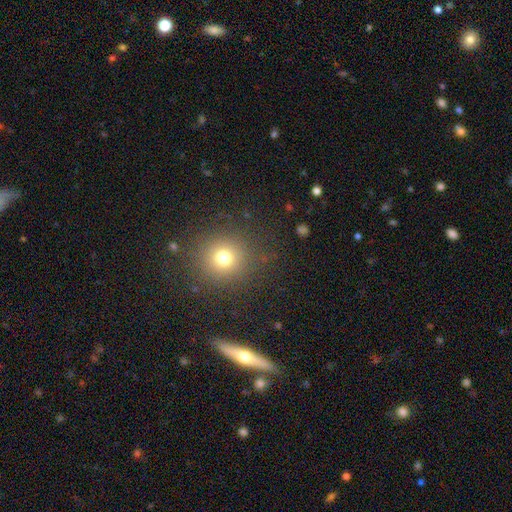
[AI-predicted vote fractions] A smooth galaxy with no disk features (53%) that is round (87%). Merging: none (86%).